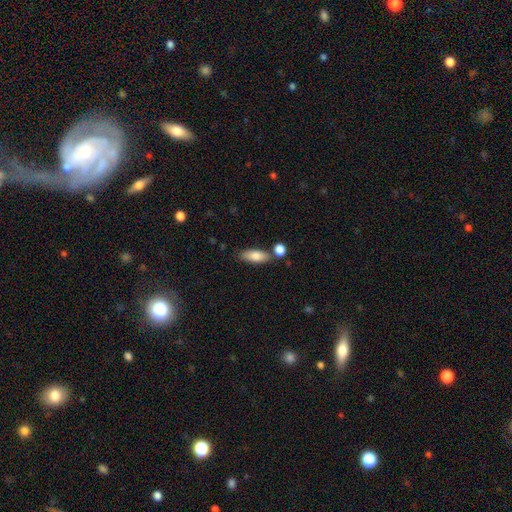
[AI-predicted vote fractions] Smooth or featured: smooth — 81% (featured or disk — 13%)
How rounded: in between — 76% (cigar-shaped — 22%)
Merging: none — 71% (minor disturbance — 13%)